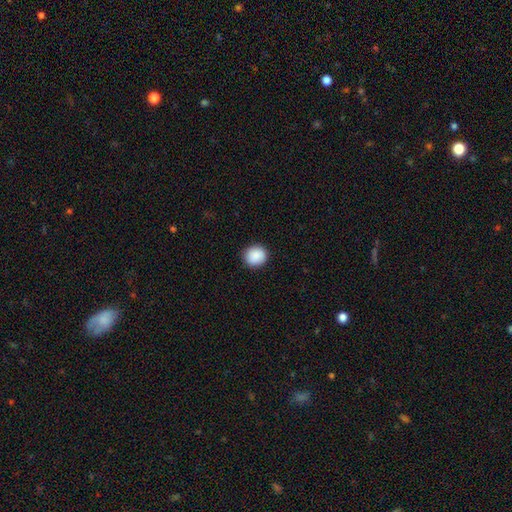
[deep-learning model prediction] smooth_or_featured: smooth (p=0.89) [alt: star or artifact p=0.08]
how_rounded: round (p=0.88) [alt: in between p=0.11]
merging: none (p=0.90) [alt: minor disturbance p=0.07]